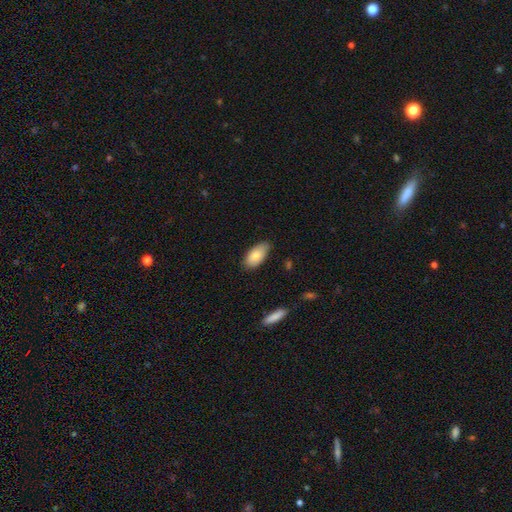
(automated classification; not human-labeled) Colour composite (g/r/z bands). It shows a smooth galaxy with no disk features (82%) that is in between round and cigar-shaped (94%). Merging: none (75%).